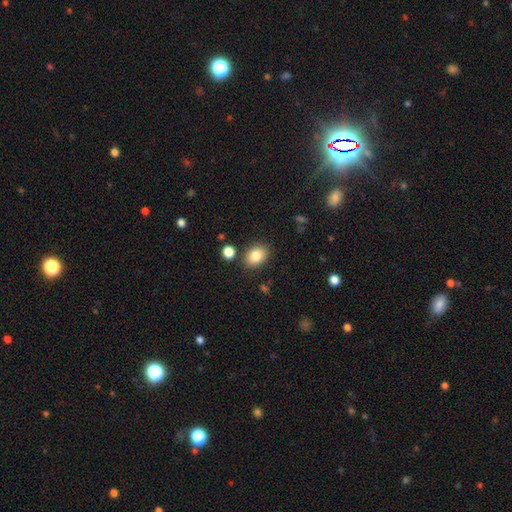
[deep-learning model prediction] A smooth galaxy with no disk features (84%) that is in between round and cigar-shaped (69%).

Vote fractions:
- Smooth or featured? smooth: 84% / star or artifact: 9% / featured or disk: 8%
- How rounded? in between: 69% / round: 30% / cigar-shaped: 1%
- Merging? none: 84% / minor disturbance: 9% / merger: 4% / major disturbance: 3%